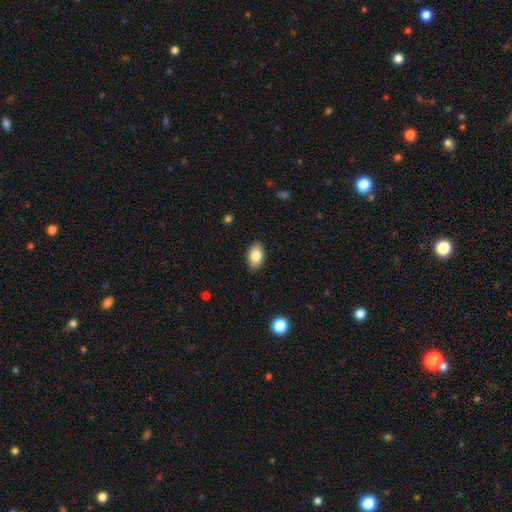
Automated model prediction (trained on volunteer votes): Overall: smooth (83%). How rounded: in between (92%). Merging: none (89%).